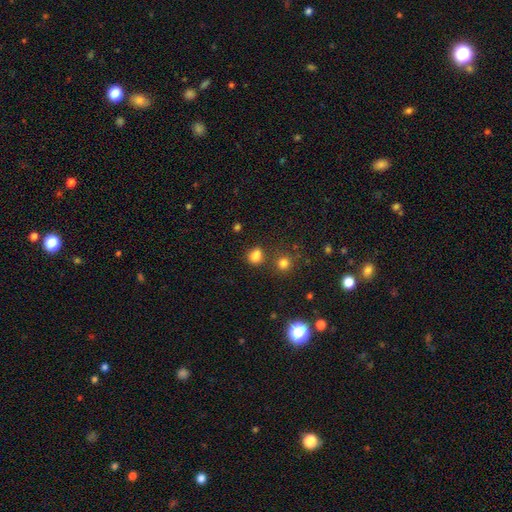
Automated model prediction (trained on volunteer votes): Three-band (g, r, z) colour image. It shows a smooth galaxy with no disk features (80%) that is in between round and cigar-shaped (50%). Merging: none (66%).